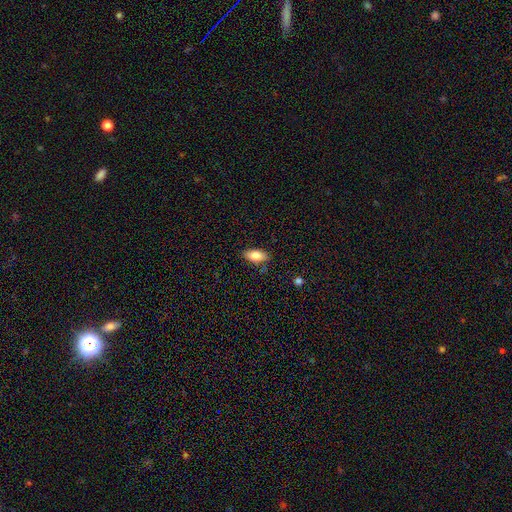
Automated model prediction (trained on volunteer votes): Smooth or featured? smooth (79%)
How rounded? in between (88%)
Merging? none (83%)